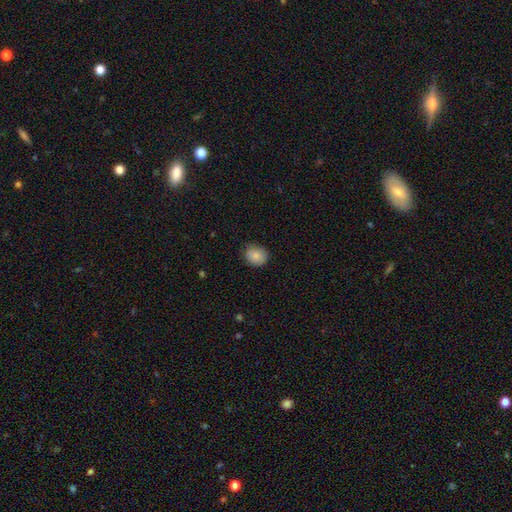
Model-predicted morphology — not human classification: smooth 85%, star or artifact 8%, featured or disk 7%. Down the decision tree: how rounded — round (71%); merging — none (80%).